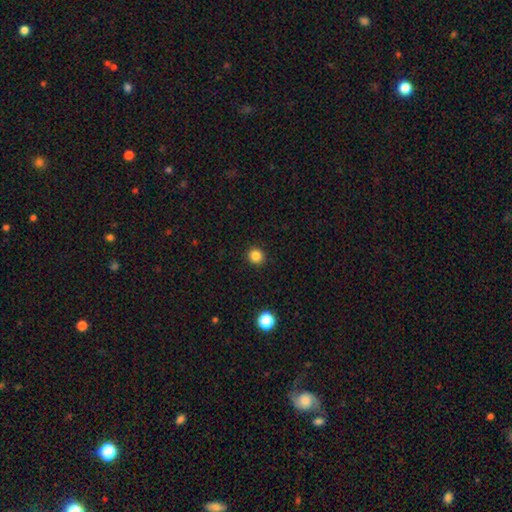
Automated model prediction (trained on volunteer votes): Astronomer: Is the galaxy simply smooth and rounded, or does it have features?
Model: smooth — 84%.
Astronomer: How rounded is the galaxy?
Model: round — 91%.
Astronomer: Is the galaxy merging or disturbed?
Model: none — 92%.